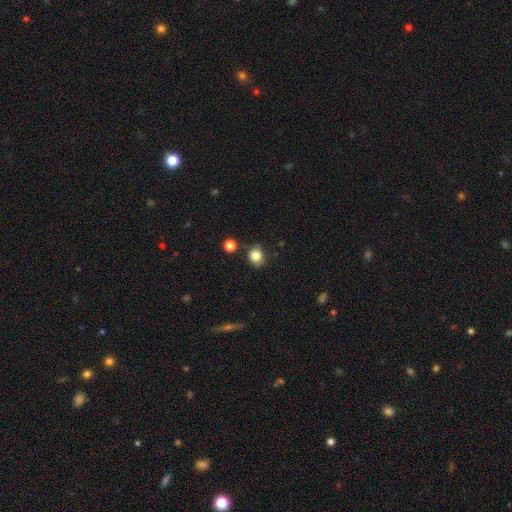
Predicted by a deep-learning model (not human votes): Smooth or featured? smooth (82%)
How rounded? round (67%)
Merging? none (72%)